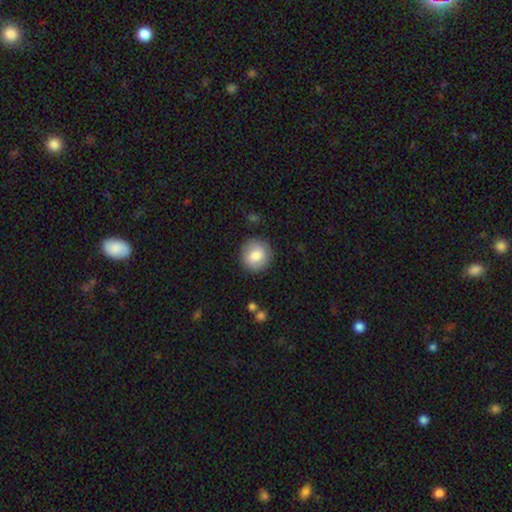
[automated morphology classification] smooth_or_featured: smooth (p=0.81) [alt: featured or disk p=0.12]
how_rounded: round (p=0.91) [alt: in between p=0.08]
merging: none (p=0.87) [alt: minor disturbance p=0.09]